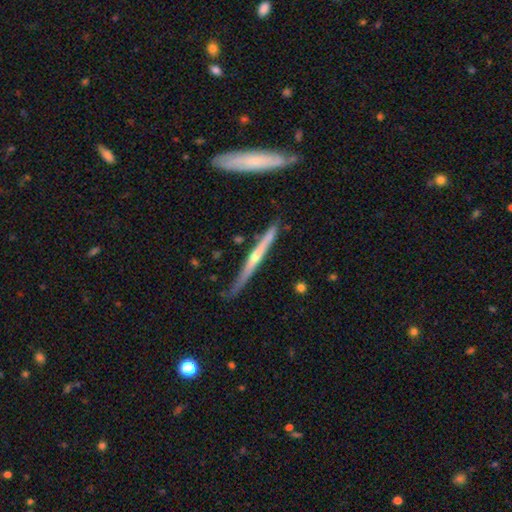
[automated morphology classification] featured or disk 57%, smooth 38%, star or artifact 5%. Down the decision tree: edge-on disk — yes (96%); edge-on bulge — none (52%); merging — none (73%).